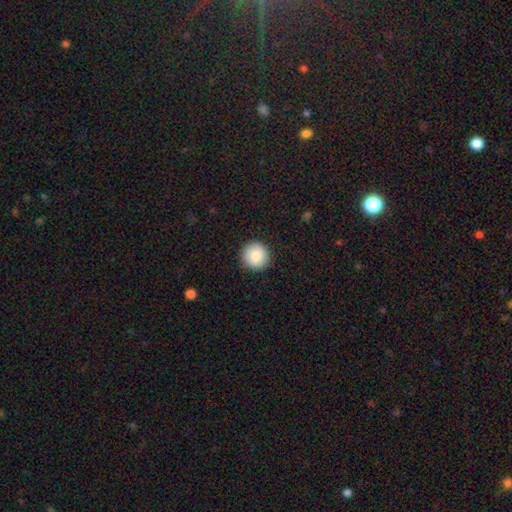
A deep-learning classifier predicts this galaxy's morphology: Smooth or featured: smooth — 87% (star or artifact — 7%)
How rounded: round — 95% (in between — 4%)
Merging: none — 91% (minor disturbance — 6%)